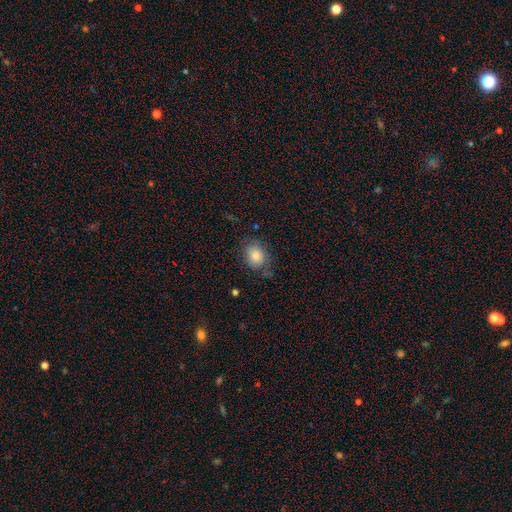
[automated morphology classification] Smooth or featured: smooth — 81% (featured or disk — 11%)
How rounded: in between — 54% (round — 45%)
Merging: none — 65% (minor disturbance — 24%)